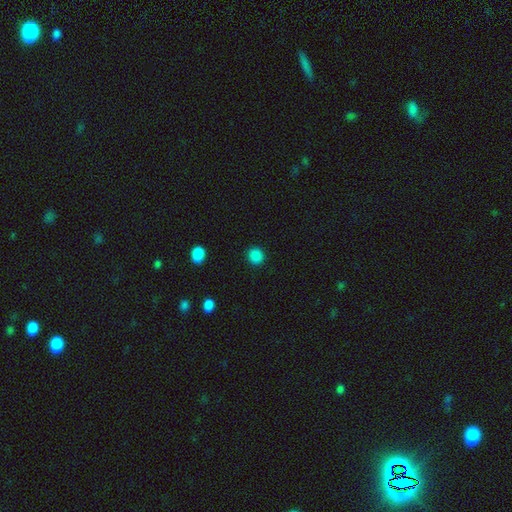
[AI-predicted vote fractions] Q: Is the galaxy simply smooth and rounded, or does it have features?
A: smooth — 87%.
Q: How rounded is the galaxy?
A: round — 87%.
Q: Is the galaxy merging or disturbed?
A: none — 91%.